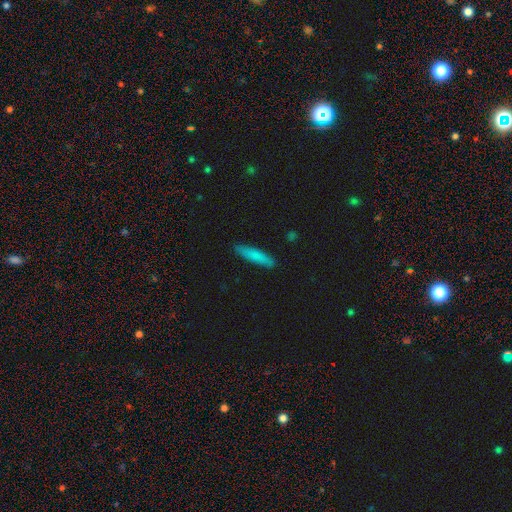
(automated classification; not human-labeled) smooth 80%, featured or disk 14%, star or artifact 6%. Down the decision tree: how rounded — cigar-shaped (84%); merging — none (88%).